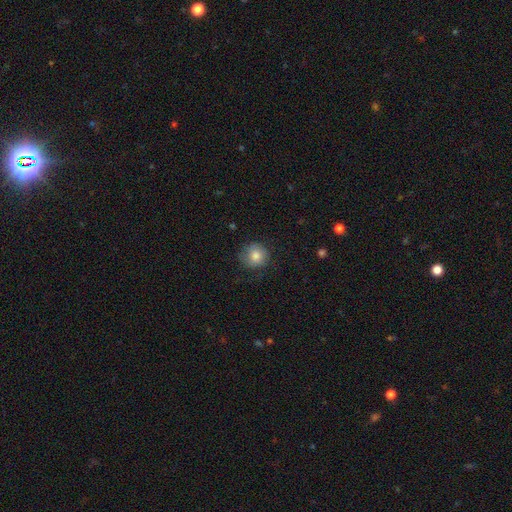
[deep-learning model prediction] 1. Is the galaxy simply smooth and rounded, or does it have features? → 81% smooth, 11% featured or disk, 8% star or artifact.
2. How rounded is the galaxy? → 89% round, 10% in between, 1% cigar-shaped.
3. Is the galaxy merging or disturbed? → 73% none, 19% minor disturbance, 7% major disturbance, 1% merger.